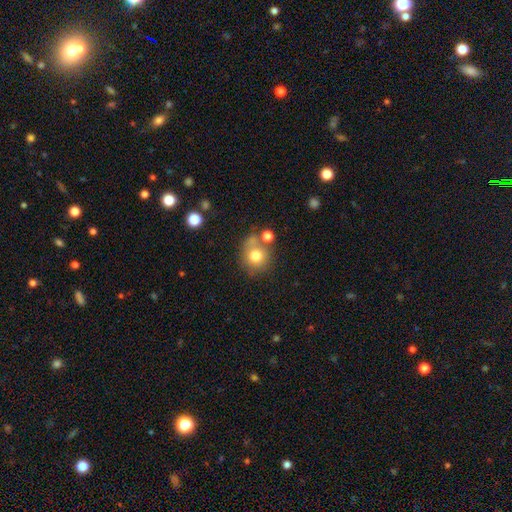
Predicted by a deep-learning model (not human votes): This appears to be a smooth galaxy with no disk features (75%) that is round (81%). Merging: none (56%).